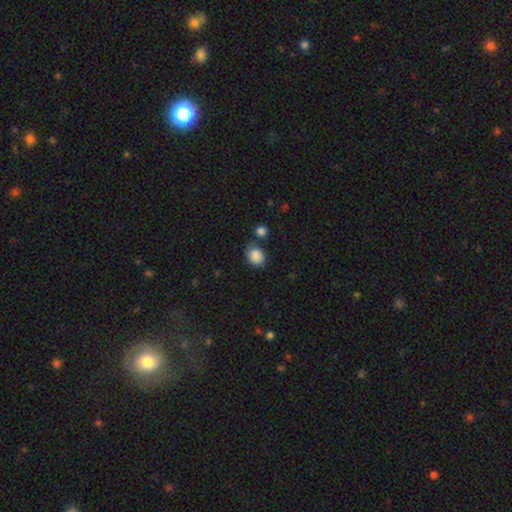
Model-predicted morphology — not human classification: Smooth or featured? smooth (85%)
How rounded? round (55%)
Merging? none (60%)